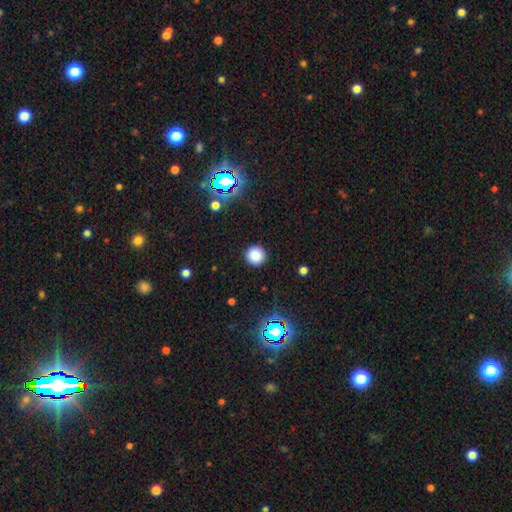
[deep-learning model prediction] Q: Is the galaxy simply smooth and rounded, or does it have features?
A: smooth — 81%.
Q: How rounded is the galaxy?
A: round — 94%.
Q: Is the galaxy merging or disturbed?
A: none — 92%.